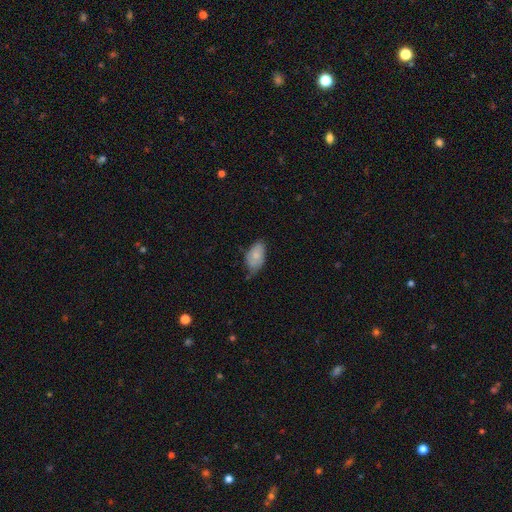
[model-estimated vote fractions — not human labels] Smooth or featured?
  - smooth: 74% *
  - featured or disk: 19%
  - star or artifact: 7%
How rounded?
  - in between: 93% *
  - round: 4%
  - cigar-shaped: 2%
Merging?
  - none: 49% *
  - minor disturbance: 40%
  - major disturbance: 8%
  - merger: 3%